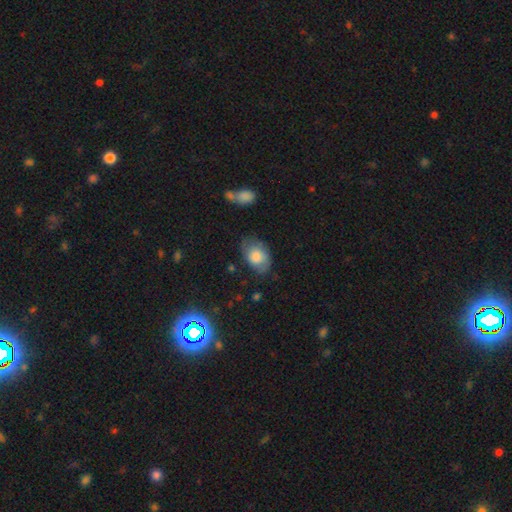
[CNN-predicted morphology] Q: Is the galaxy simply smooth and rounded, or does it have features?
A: smooth — 74%.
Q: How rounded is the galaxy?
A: in between — 85%.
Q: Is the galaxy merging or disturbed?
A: none — 64%.